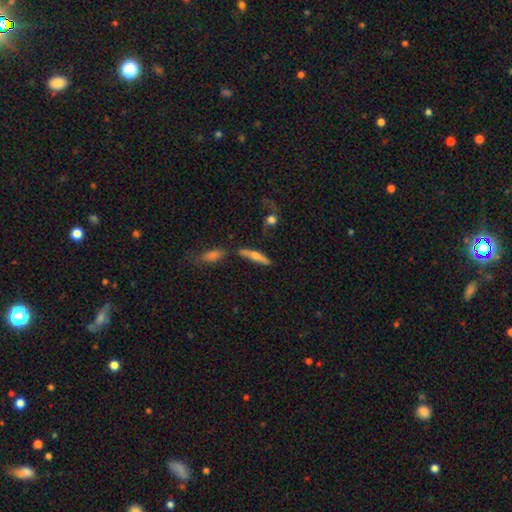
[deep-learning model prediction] Smooth or featured? Predicted: featured or disk (p=0.46, tied with smooth). Merging? Predicted: none (p=0.63).